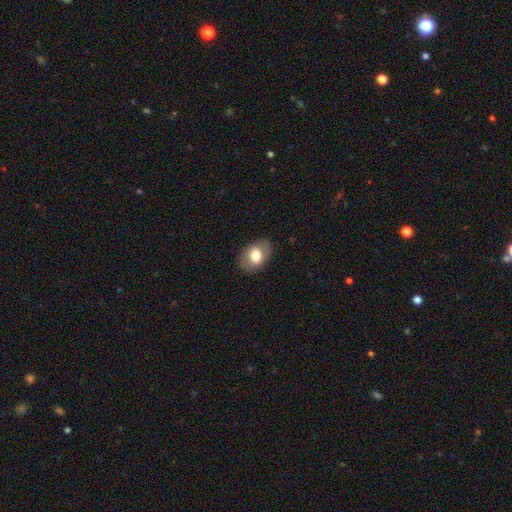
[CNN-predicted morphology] A smooth galaxy with no disk features (73%) that is in between round and cigar-shaped (82%). Merging: none (86%).